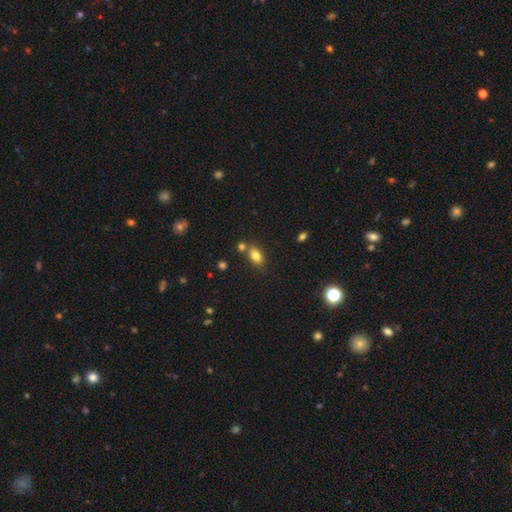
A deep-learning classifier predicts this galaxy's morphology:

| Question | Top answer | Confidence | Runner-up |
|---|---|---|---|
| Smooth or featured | smooth | 80% | star or artifact (11%) |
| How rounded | in between | 82% | round (15%) |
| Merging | none | 67% | merger (18%) |